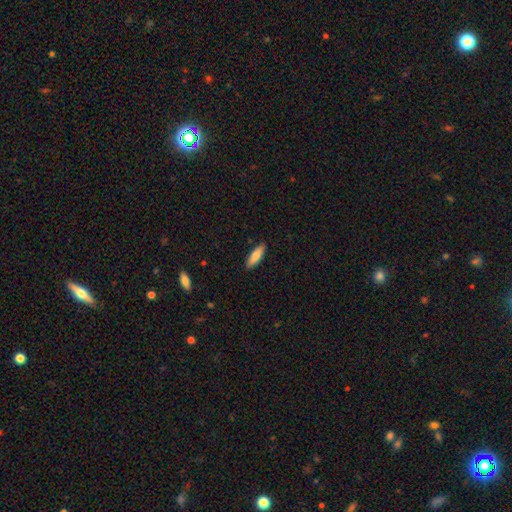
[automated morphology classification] Smooth or featured? Predicted: smooth (p=0.80). How rounded? Predicted: in between (p=0.50). Merging? Predicted: none (p=0.89).